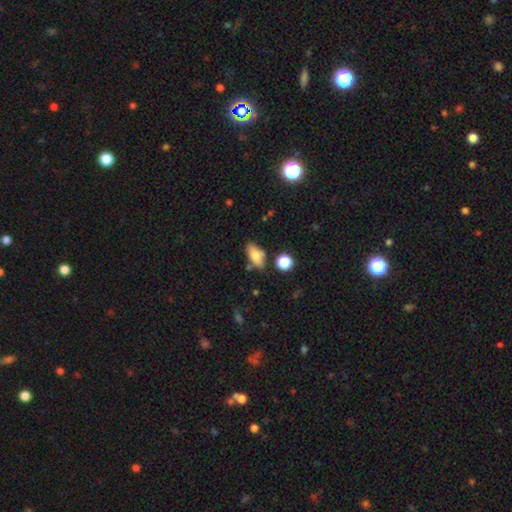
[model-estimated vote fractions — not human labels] Smooth or featured: smooth — 77% (featured or disk — 14%)
How rounded: in between — 82% (cigar-shaped — 11%)
Merging: none — 67% (minor disturbance — 20%)